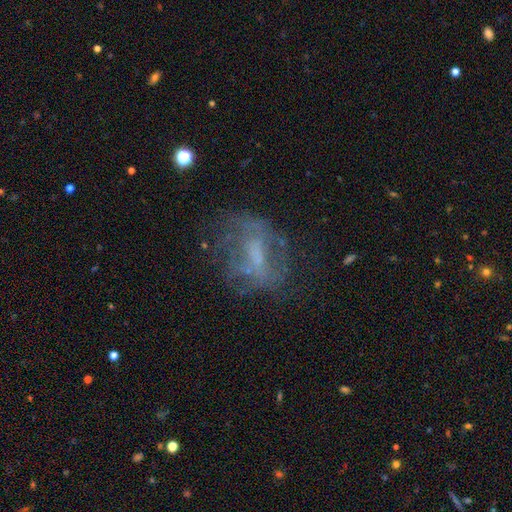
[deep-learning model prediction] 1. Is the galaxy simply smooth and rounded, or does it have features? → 57% featured or disk, 27% smooth, 15% star or artifact.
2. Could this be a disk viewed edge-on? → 95% no, 5% yes.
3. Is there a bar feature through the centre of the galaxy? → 48% no, 38% weak, 15% strong.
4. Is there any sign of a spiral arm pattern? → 62% no, 38% yes.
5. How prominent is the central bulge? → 40% none, 31% small, 24% moderate, 4% large, 1% dominant.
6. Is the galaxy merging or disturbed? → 54% none, 23% major disturbance, 20% minor disturbance, 3% merger.